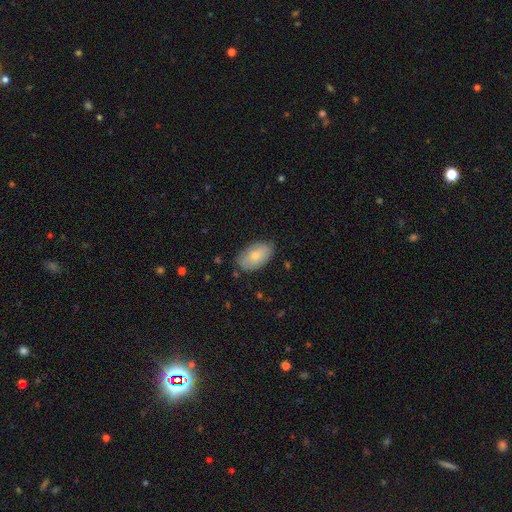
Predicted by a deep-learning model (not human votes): smooth 79%, featured or disk 15%, star or artifact 6%. Down the decision tree: how rounded — in between (94%); merging — none (78%).